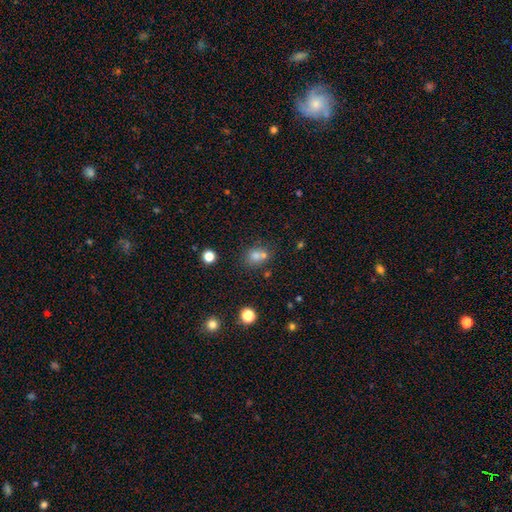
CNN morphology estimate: smooth-or-featured: smooth: 72% | star or artifact: 16% | featured or disk: 12%
  how-rounded: round: 69% | in between: 30% | cigar-shaped: 1%
  merging: none: 48% | merger: 39% | minor disturbance: 9% | major disturbance: 4%